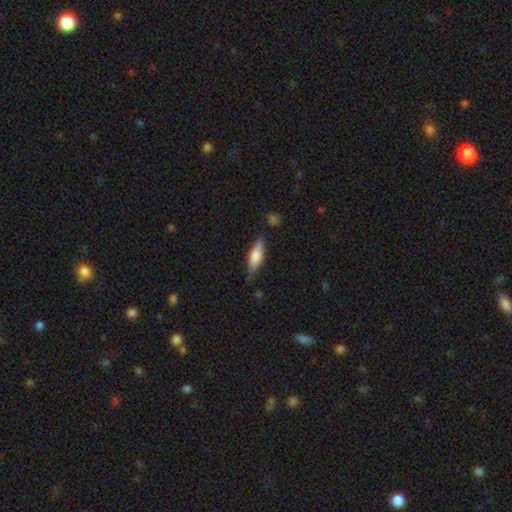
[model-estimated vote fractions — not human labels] Q: Smooth or featured?
A: smooth (71%); runner-up: featured or disk (23%)
Q: How rounded?
A: cigar-shaped (53%); runner-up: in between (45%)
Q: Merging?
A: none (71%); runner-up: minor disturbance (22%)